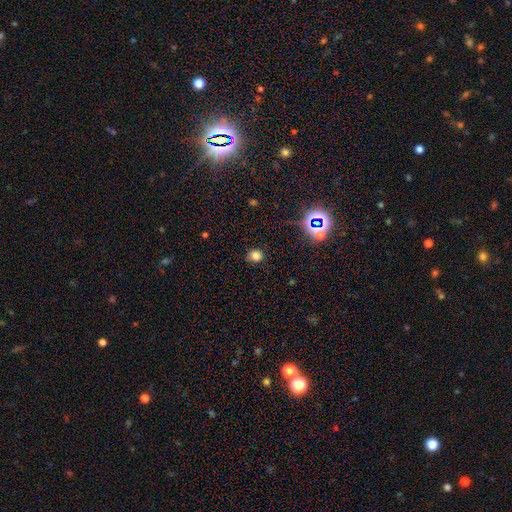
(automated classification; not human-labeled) The model was most divided on "how rounded": round: 72%, in between: 27%, cigar-shaped: 1%. More confident: merging — none (86%); smooth or featured — smooth (76%).